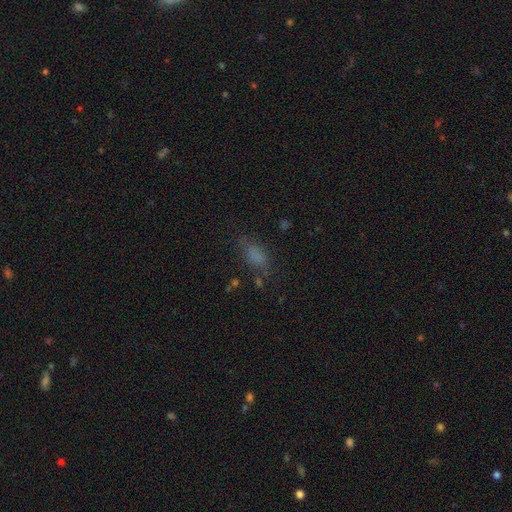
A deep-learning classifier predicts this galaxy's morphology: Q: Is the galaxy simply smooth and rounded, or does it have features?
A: smooth — 72%.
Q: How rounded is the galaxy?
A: in between — 83%.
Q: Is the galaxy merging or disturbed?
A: none — 62%.